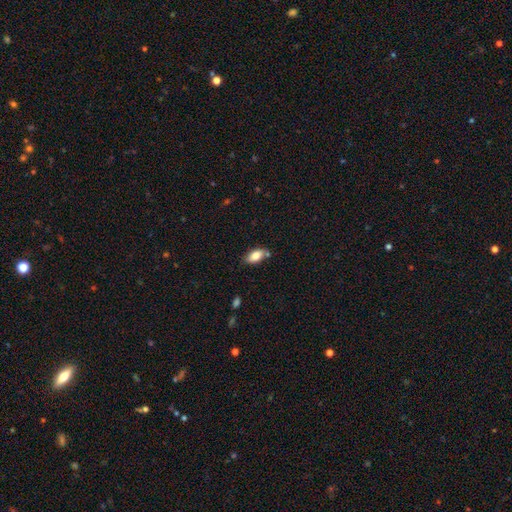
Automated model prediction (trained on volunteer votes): Q: Smooth or featured?
A: smooth (82%); runner-up: featured or disk (11%)
Q: How rounded?
A: in between (90%); runner-up: cigar-shaped (7%)
Q: Merging?
A: none (68%); runner-up: minor disturbance (19%)